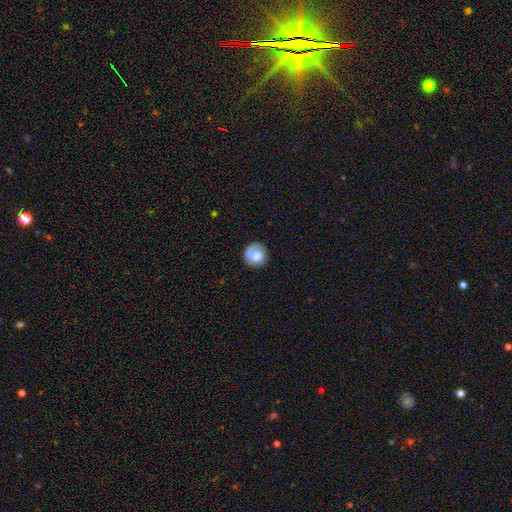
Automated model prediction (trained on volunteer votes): Smooth or featured?
  - smooth: 66% *
  - featured or disk: 27%
  - star or artifact: 7%
How rounded?
  - round: 86% *
  - in between: 13%
  - cigar-shaped: 1%
Merging?
  - none: 64% *
  - minor disturbance: 20%
  - major disturbance: 13%
  - merger: 3%